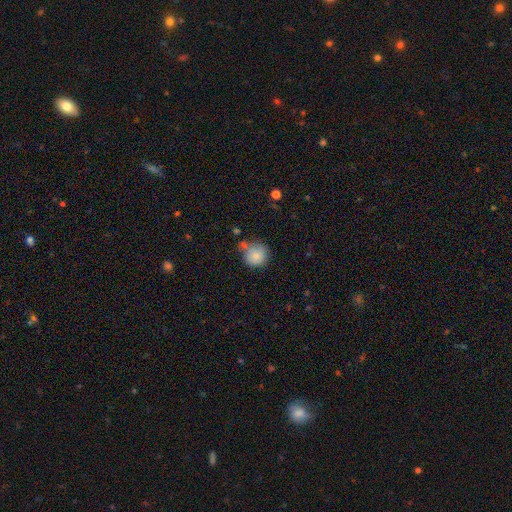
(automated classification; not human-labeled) Smooth or featured? Predicted: smooth (p=0.84). How rounded? Predicted: round (p=0.89). Merging? Predicted: none (p=0.54).